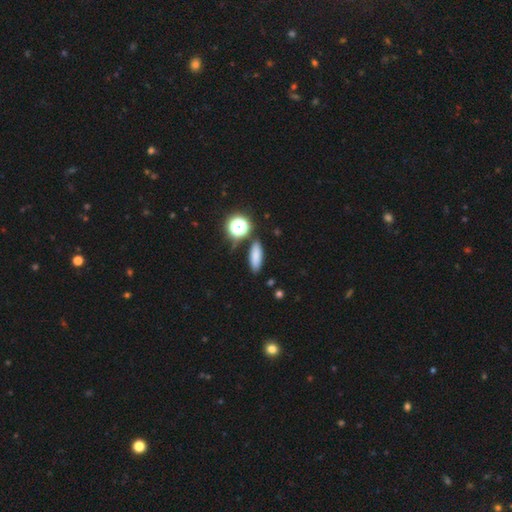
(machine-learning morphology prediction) A smooth galaxy with no disk features (77%) that is in between round and cigar-shaped (55%).

Vote fractions:
- Smooth or featured? smooth: 77% / star or artifact: 15% / featured or disk: 8%
- How rounded? in between: 55% / cigar-shaped: 36% / round: 9%
- Merging? none: 83% / minor disturbance: 10% / merger: 4% / major disturbance: 3%